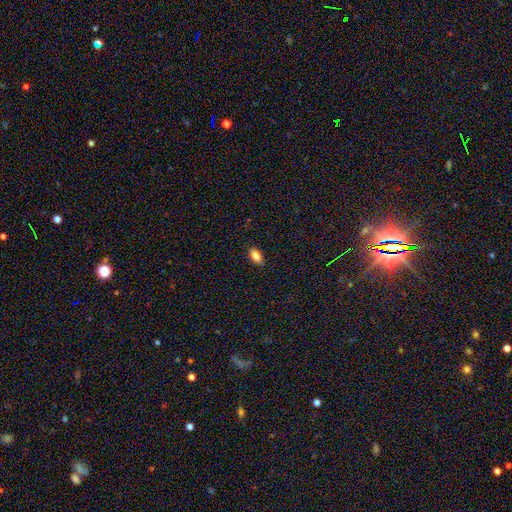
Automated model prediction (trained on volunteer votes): Smooth or featured? smooth (82%)
How rounded? in between (86%)
Merging? none (86%)